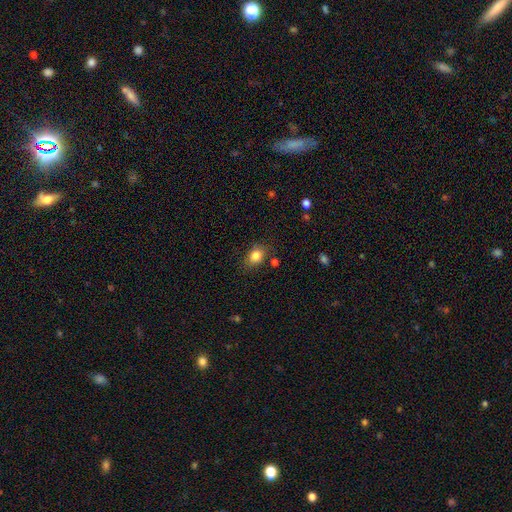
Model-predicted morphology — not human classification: A smooth galaxy with no disk features (82%) that is in between round and cigar-shaped (69%).

Vote fractions:
- Smooth or featured? smooth: 82% / star or artifact: 10% / featured or disk: 8%
- How rounded? in between: 69% / round: 29% / cigar-shaped: 2%
- Merging? none: 76% / minor disturbance: 17% / major disturbance: 4% / merger: 3%